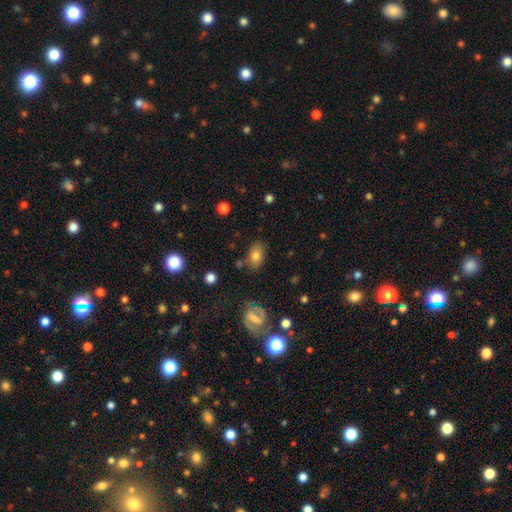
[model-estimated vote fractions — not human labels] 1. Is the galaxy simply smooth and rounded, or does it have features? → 75% smooth, 15% featured or disk, 10% star or artifact.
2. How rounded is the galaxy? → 83% in between, 15% round, 2% cigar-shaped.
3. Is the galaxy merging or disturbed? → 76% none, 15% minor disturbance, 5% major disturbance, 4% merger.